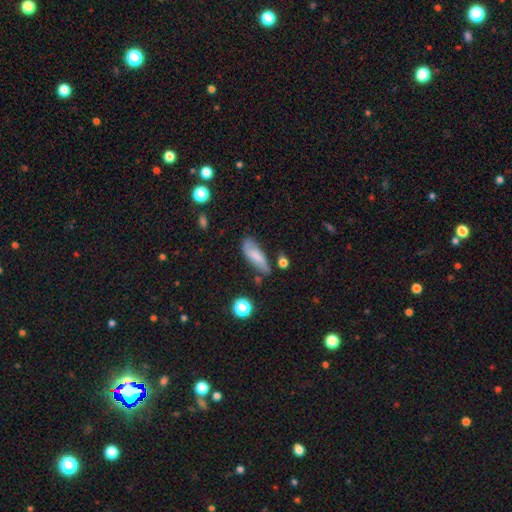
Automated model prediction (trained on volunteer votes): This appears to be a smooth galaxy with no disk features (70%) that is in between round and cigar-shaped (64%). Merging: none (56%).